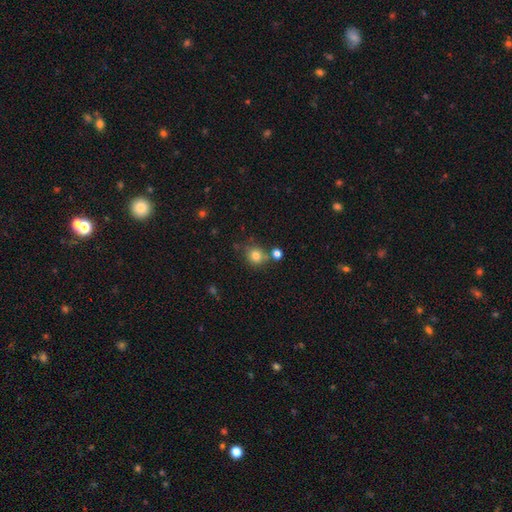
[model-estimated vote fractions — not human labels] Smooth or featured? Predicted: smooth (p=0.80). How rounded? Predicted: round (p=0.83). Merging? Predicted: none (p=0.67).